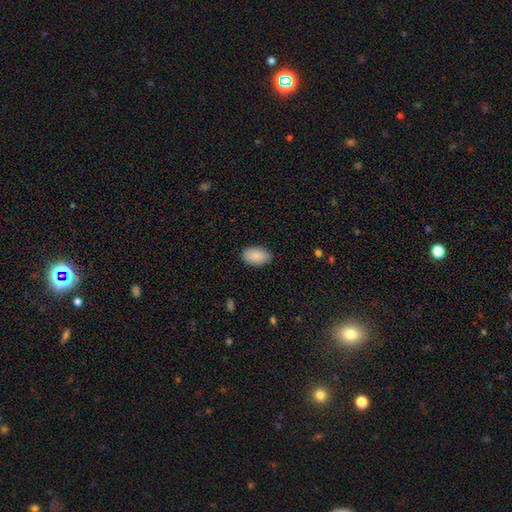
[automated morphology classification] This appears to be a smooth galaxy with no disk features (87%) that is in between round and cigar-shaped (93%). Merging: none (87%).